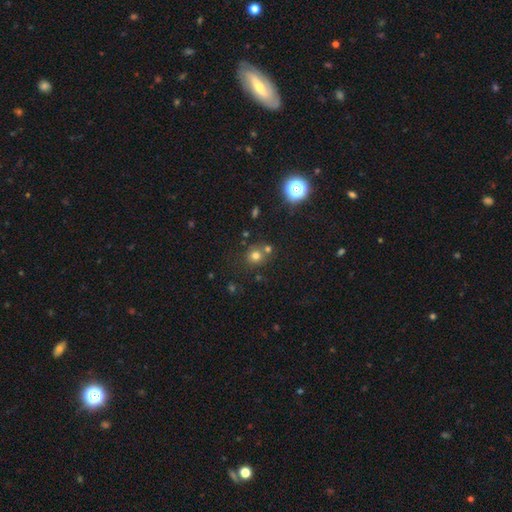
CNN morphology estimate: Q: Smooth or featured?
A: smooth (69%); runner-up: star or artifact (21%)
Q: How rounded?
A: round (86%); runner-up: in between (13%)
Q: Merging?
A: none (65%); runner-up: merger (22%)